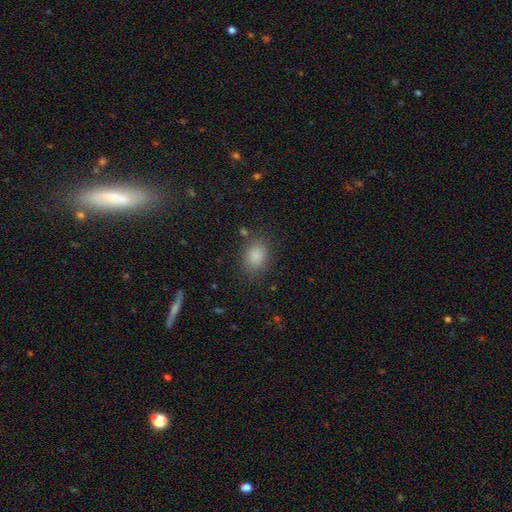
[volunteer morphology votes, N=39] This is clearly a smooth galaxy (87%). How rounded: possibly round (56%). Merging: likely none (64%).